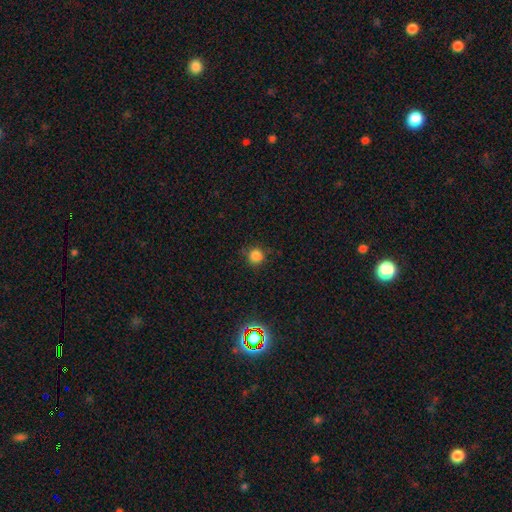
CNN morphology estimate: This appears to be a smooth galaxy with no disk features (83%) that is round (93%). Merging: none (82%).